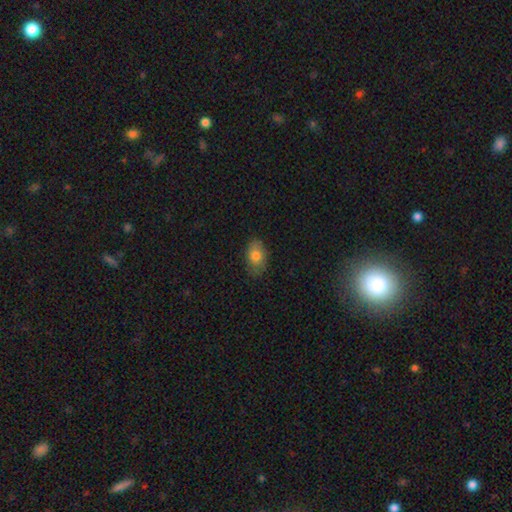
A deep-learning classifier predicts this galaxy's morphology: type=smooth (78%); roundness=in between (85%); merging=none (76%).